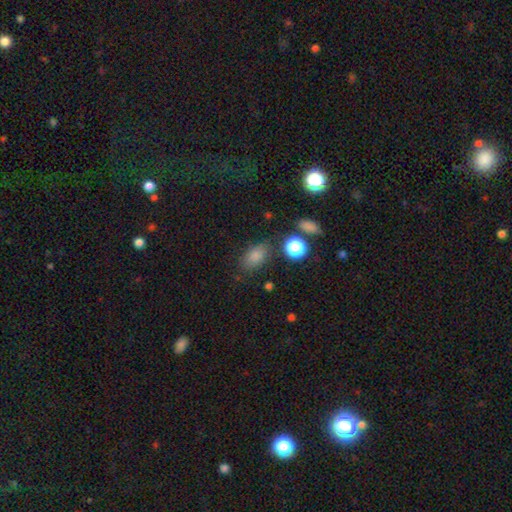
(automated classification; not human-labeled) Q: Smooth or featured?
A: smooth (80%); runner-up: star or artifact (14%)
Q: How rounded?
A: in between (84%); runner-up: round (13%)
Q: Merging?
A: none (76%); runner-up: minor disturbance (14%)